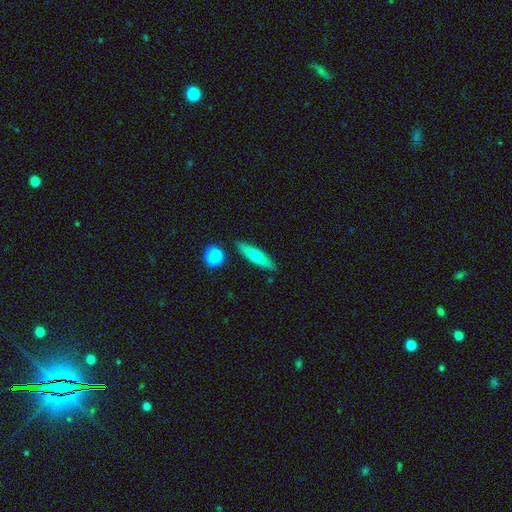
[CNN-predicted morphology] This is likely a smooth galaxy (63%). How rounded: likely cigar-shaped (75%). Merging: clearly none (86%).